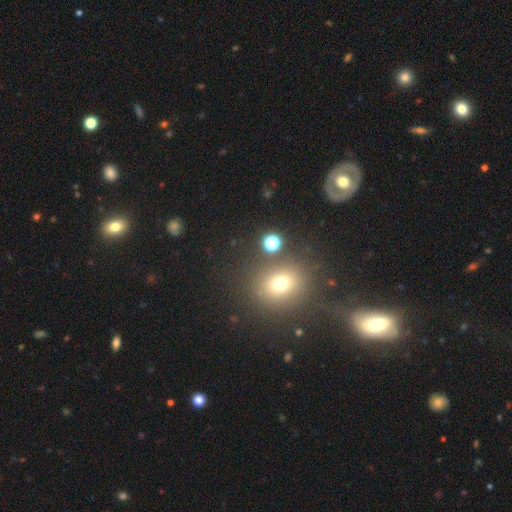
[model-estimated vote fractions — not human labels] Overall: smooth (51%; star or artifact 37%). How rounded: round (75%). Merging: none (73%).